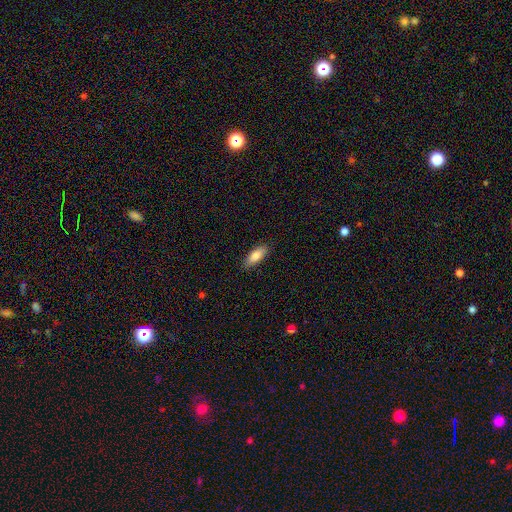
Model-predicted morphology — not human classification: A smooth galaxy with no disk features (82%) that is in between round and cigar-shaped (71%).

Vote fractions:
- Smooth or featured? smooth: 82% / featured or disk: 12% / star or artifact: 6%
- How rounded? in between: 71% / cigar-shaped: 27% / round: 2%
- Merging? none: 86% / minor disturbance: 11% / major disturbance: 2% / merger: 1%